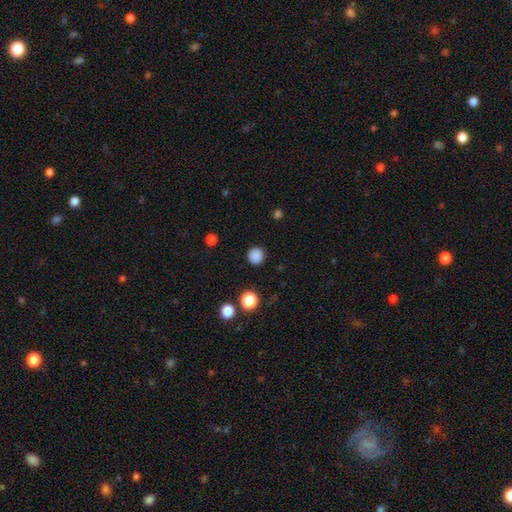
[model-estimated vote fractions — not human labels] Overall: smooth (86%). How rounded: round (93%). Merging: none (91%).